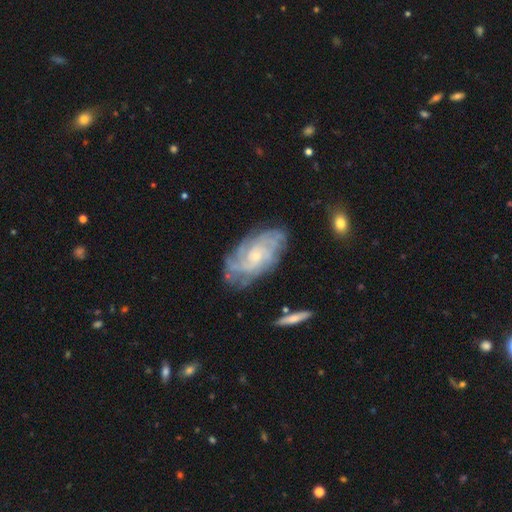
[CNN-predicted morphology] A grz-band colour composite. It shows a featured or disk galaxy (81%) with no bar (70%), tight (62%) spiral arms (95%) and a small central bulge (63%). Merging: none (75%).